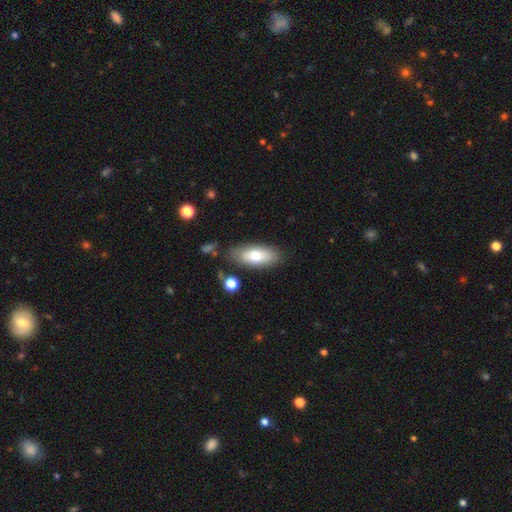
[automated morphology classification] Smooth or featured? Predicted: smooth (p=0.75). How rounded? Predicted: in between (p=0.80). Merging? Predicted: none (p=0.78).